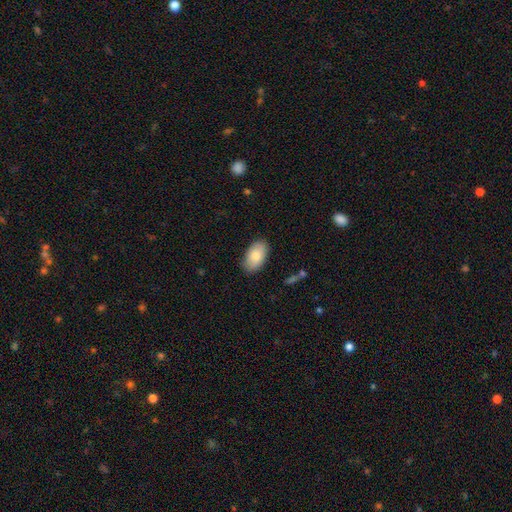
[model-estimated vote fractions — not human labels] Morphology: type=smooth (81%); roundness=in between (94%); merging=none (85%).